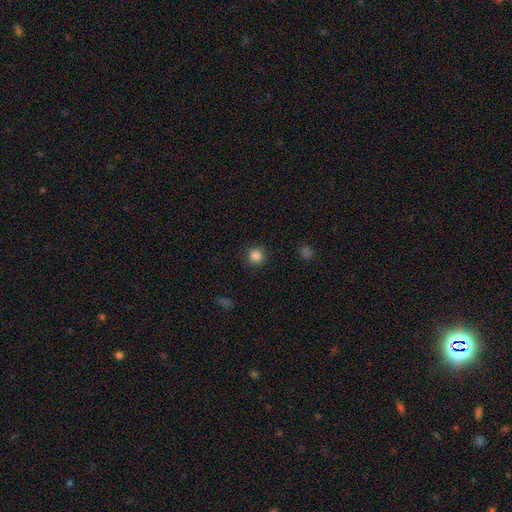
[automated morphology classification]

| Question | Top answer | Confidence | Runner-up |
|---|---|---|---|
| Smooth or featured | smooth | 85% | star or artifact (12%) |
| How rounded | round | 95% | in between (4%) |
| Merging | none | 89% | minor disturbance (7%) |